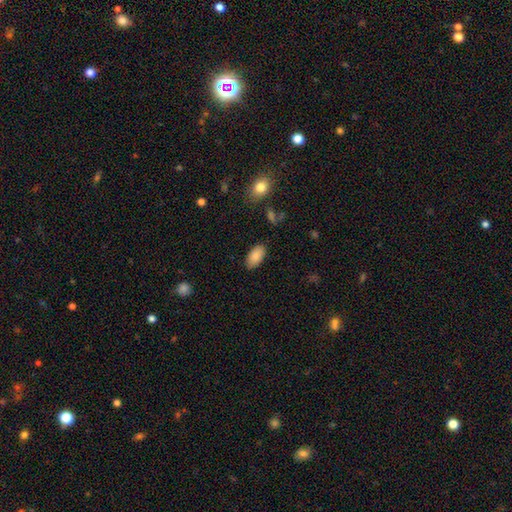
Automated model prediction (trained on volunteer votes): Smooth or featured? smooth (88%)
How rounded? in between (95%)
Merging? none (87%)